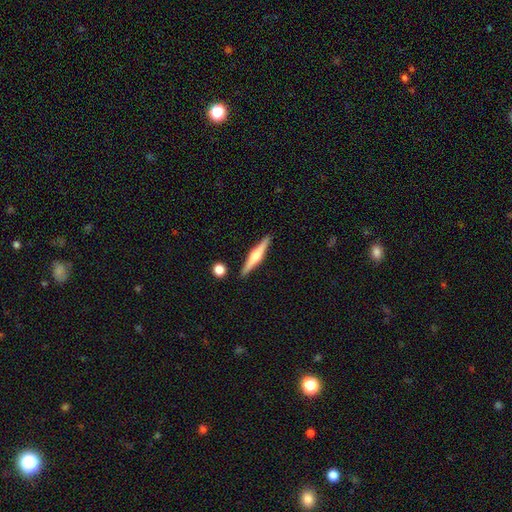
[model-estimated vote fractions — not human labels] smooth-or-featured: featured or disk: 67% | smooth: 28% | star or artifact: 6%
  disk-edge-on: yes: 98% | no: 2%
    edge-on-bulge: rounded: 83% | boxy: 11% | none: 6%
  merging: none: 89% | minor disturbance: 7% | merger: 2% | major disturbance: 2%